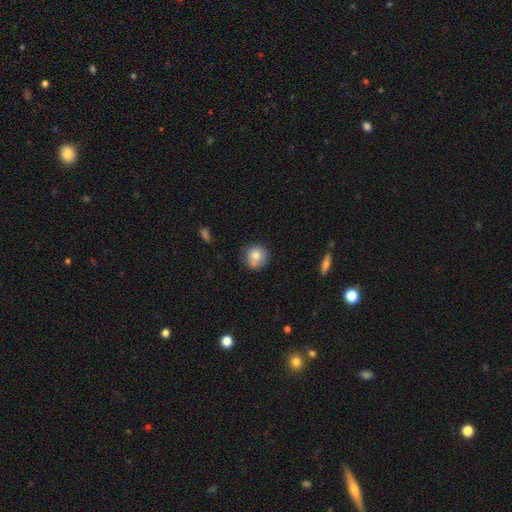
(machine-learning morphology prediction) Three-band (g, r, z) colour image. It shows a smooth galaxy with no disk features (79%) that is round (90%). Merging: none (71%).